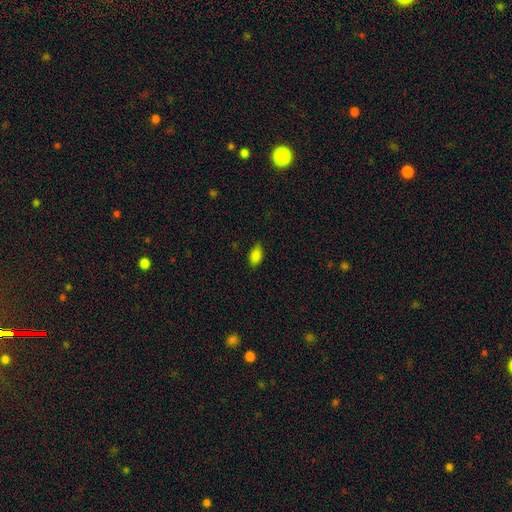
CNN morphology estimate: Smooth or featured: smooth — 85% (star or artifact — 10%)
How rounded: in between — 91% (round — 5%)
Merging: none — 79% (minor disturbance — 17%)